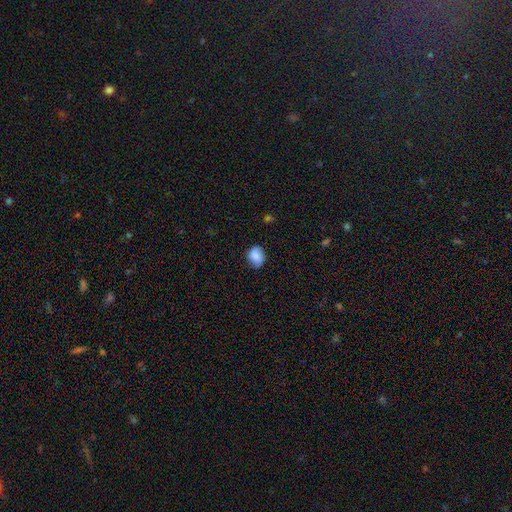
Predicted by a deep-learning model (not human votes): A smooth galaxy with no disk features (78%) that is round (60%). Merging: none (71%).